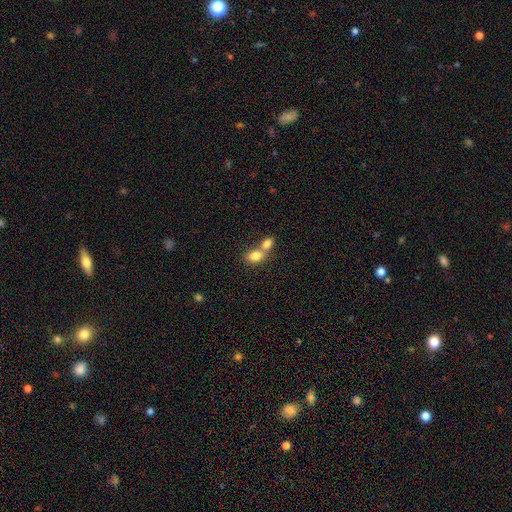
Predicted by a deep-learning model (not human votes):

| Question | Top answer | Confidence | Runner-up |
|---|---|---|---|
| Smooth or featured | smooth | 80% | featured or disk (11%) |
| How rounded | in between | 65% | round (33%) |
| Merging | merger | 65% | none (27%) |